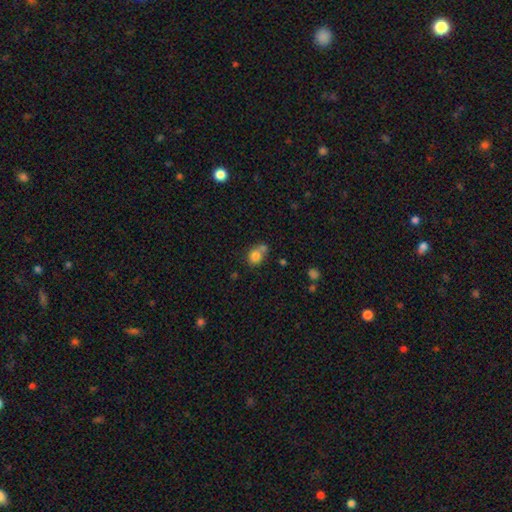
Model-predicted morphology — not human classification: Smooth or featured? Predicted: smooth (p=0.78). How rounded? Predicted: round (p=0.51). Merging? Predicted: none (p=0.42).